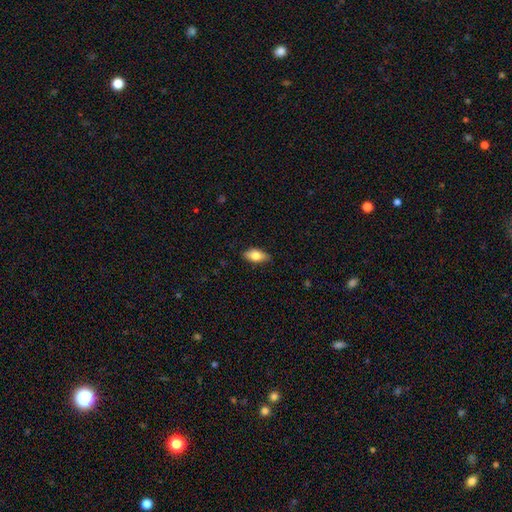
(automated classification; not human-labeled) smooth_or_featured: smooth (p=0.77) [alt: featured or disk p=0.16]
how_rounded: in between (p=0.89) [alt: cigar-shaped p=0.07]
merging: none (p=0.85) [alt: minor disturbance p=0.12]